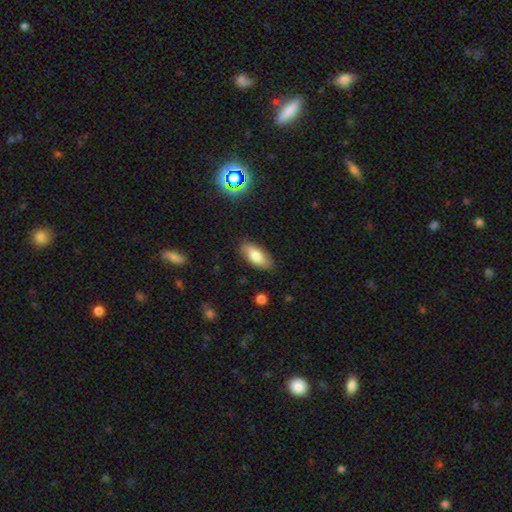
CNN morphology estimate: smooth_or_featured: smooth (p=0.77) [alt: featured or disk p=0.15]
how_rounded: in between (p=0.86) [alt: cigar-shaped p=0.11]
merging: none (p=0.85) [alt: minor disturbance p=0.12]